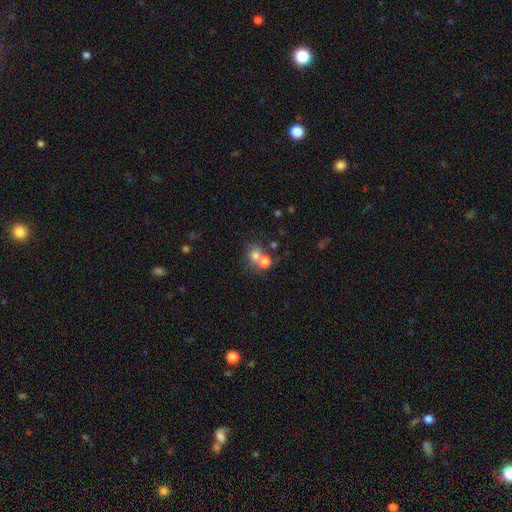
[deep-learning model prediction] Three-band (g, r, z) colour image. It shows a smooth galaxy with no disk features (72%) that is round (79%). Merging: merger (49%).